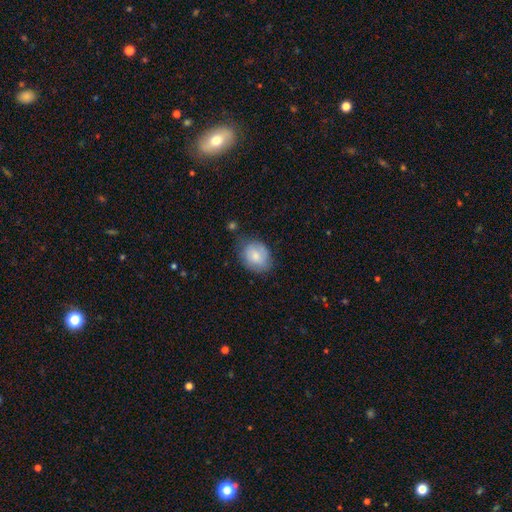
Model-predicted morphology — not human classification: Smooth or featured: smooth — 74% (featured or disk — 19%)
How rounded: in between — 51% (round — 48%)
Merging: none — 65% (minor disturbance — 26%)